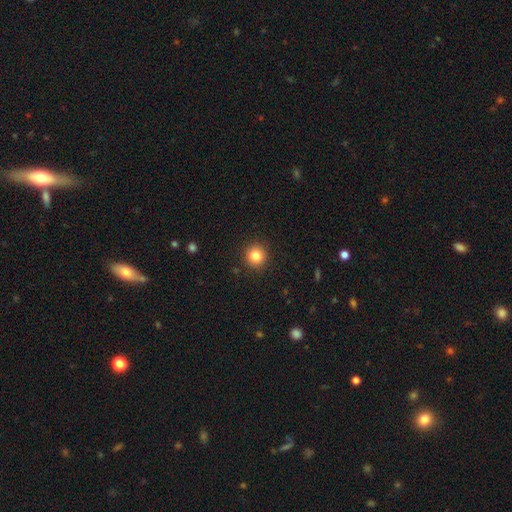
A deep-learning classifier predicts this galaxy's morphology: A smooth galaxy with no disk features (83%) that is round (94%). Merging: none (92%).